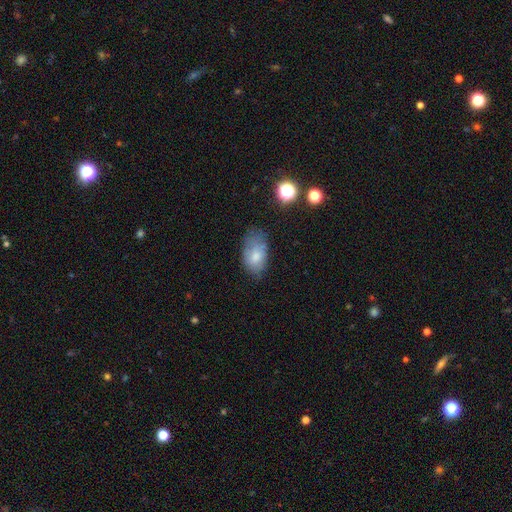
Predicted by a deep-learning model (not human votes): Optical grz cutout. It shows a smooth galaxy with no disk features (74%) that is in between round and cigar-shaped (92%). Merging: none (54%).